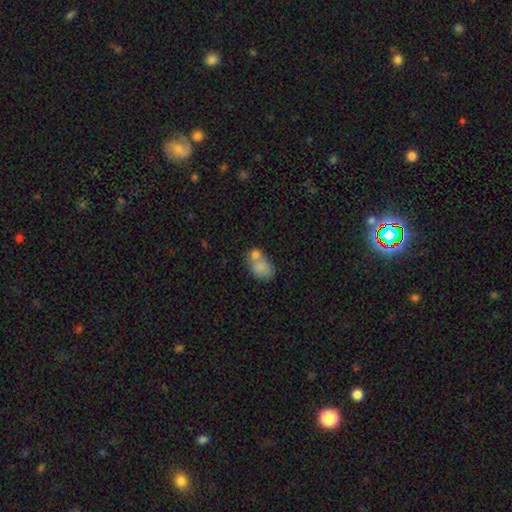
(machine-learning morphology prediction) Smooth or featured?
  - smooth: 77% *
  - featured or disk: 14%
  - star or artifact: 9%
How rounded?
  - in between: 73% *
  - round: 25%
  - cigar-shaped: 2%
Merging?
  - merger: 56% *
  - none: 28%
  - minor disturbance: 11%
  - major disturbance: 5%